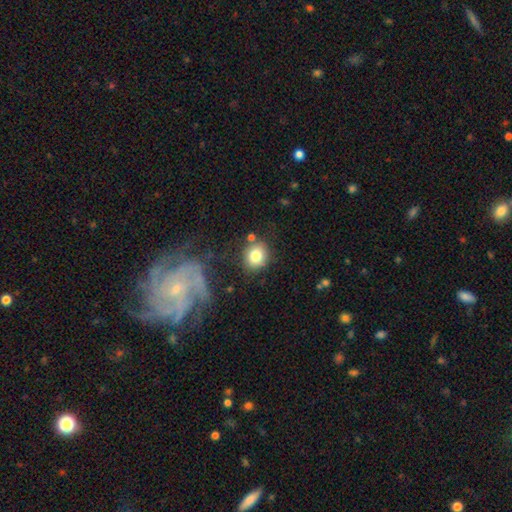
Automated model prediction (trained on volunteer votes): smooth-or-featured: smooth: 80% | featured or disk: 10% | star or artifact: 10%
  how-rounded: round: 79% | in between: 20% | cigar-shaped: 1%
  merging: none: 76% | minor disturbance: 12% | merger: 8% | major disturbance: 4%